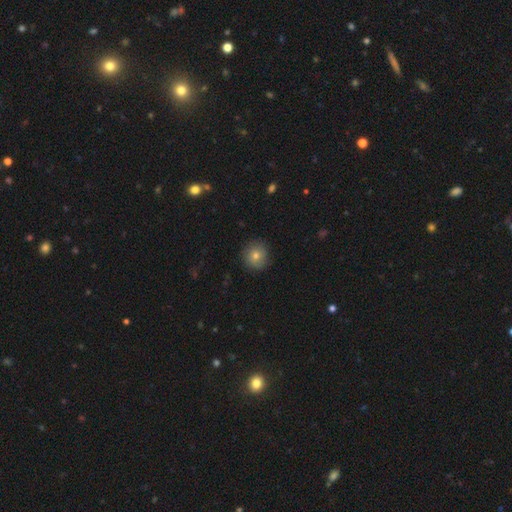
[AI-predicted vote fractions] smooth-or-featured: smooth: 75% | star or artifact: 13% | featured or disk: 12%
  how-rounded: round: 91% | in between: 8% | cigar-shaped: 1%
  merging: none: 89% | minor disturbance: 8% | major disturbance: 2% | merger: 1%